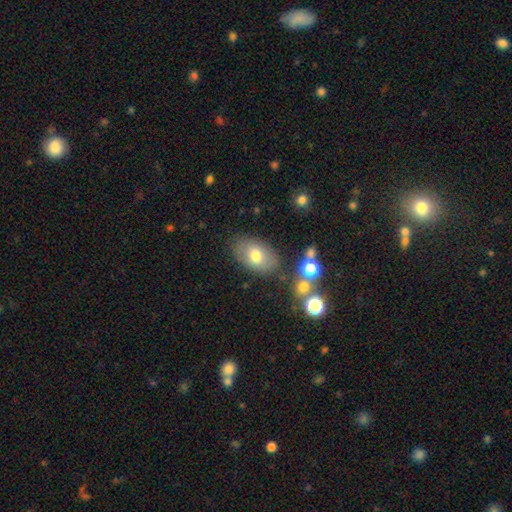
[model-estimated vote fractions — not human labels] A smooth galaxy with no disk features (72%) that is in between round and cigar-shaped (88%).

Vote fractions:
- Smooth or featured? smooth: 72% / featured or disk: 19% / star or artifact: 9%
- How rounded? in between: 88% / round: 11% / cigar-shaped: 1%
- Merging? none: 76% / minor disturbance: 15% / merger: 5% / major disturbance: 5%